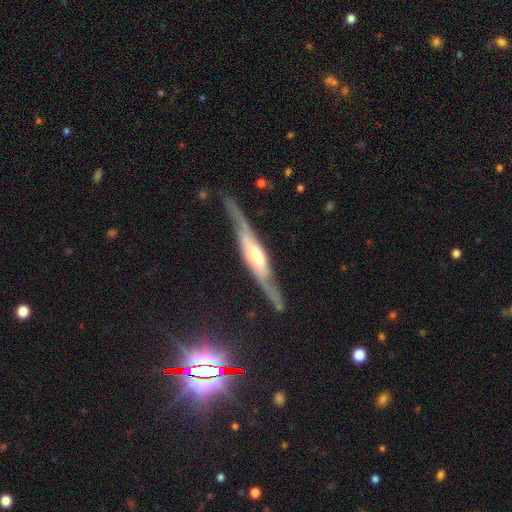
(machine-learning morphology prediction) smooth-or-featured: featured or disk: 75% | smooth: 20% | star or artifact: 5%
  disk-edge-on: yes: 74% | no: 26%
    edge-on-bulge: rounded: 51% | boxy: 35% | none: 14%
  merging: none: 64% | minor disturbance: 21% | major disturbance: 11% | merger: 3%